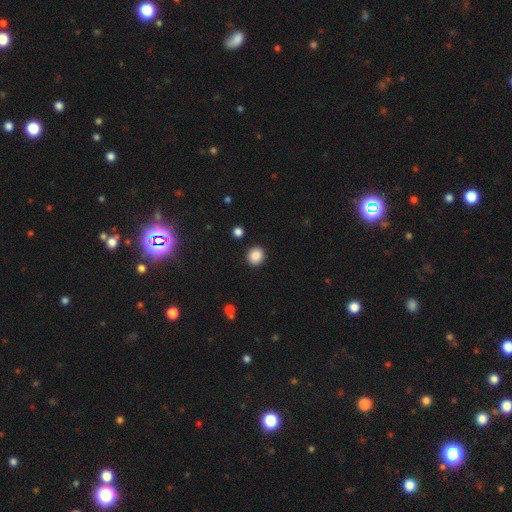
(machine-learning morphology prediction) This appears to be a smooth galaxy with no disk features (88%) that is round (79%). Merging: none (90%).